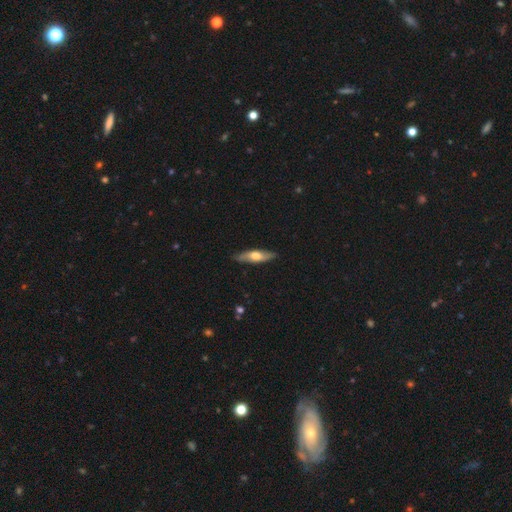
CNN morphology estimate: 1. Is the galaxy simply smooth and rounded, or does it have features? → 48% smooth, 47% featured or disk, 5% star or artifact.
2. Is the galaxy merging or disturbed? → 85% none, 12% minor disturbance, 2% major disturbance, 1% merger.